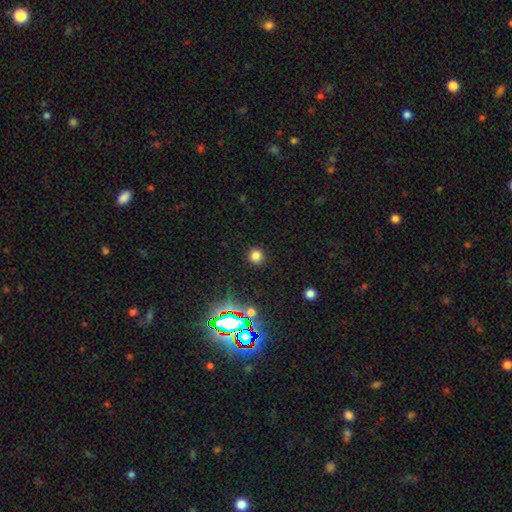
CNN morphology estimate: The model was most divided on "smooth or featured": smooth: 77%, star or artifact: 17%, featured or disk: 5%. More confident: how rounded — round (93%); merging — none (91%).